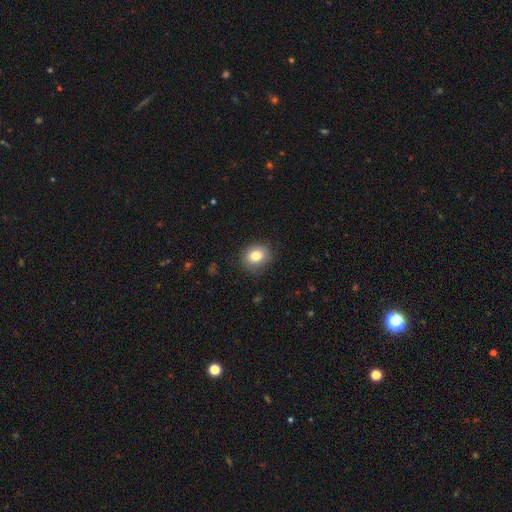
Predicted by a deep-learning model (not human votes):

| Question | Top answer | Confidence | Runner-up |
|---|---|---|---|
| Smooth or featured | smooth | 80% | featured or disk (10%) |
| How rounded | round | 65% | in between (34%) |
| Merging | none | 83% | minor disturbance (13%) |